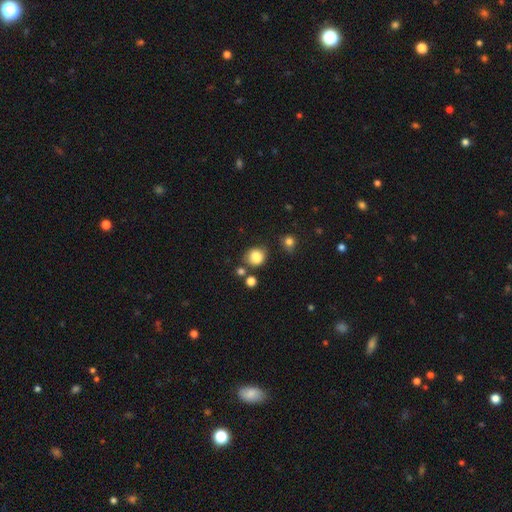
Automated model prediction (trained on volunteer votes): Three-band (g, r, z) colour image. It shows a smooth galaxy with no disk features (81%) that is round (73%). Merging: none (68%).